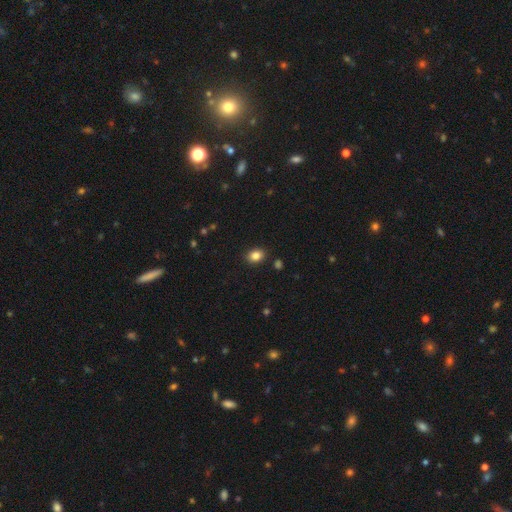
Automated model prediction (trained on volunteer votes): Q: Smooth or featured?
A: smooth (85%); runner-up: star or artifact (10%)
Q: How rounded?
A: in between (62%); runner-up: round (37%)
Q: Merging?
A: none (88%); runner-up: minor disturbance (8%)